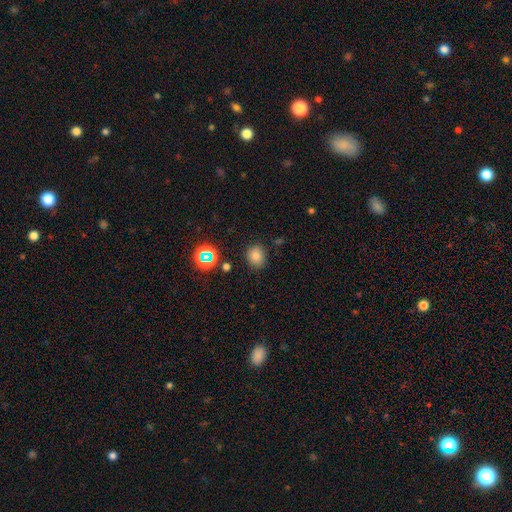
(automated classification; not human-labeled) smooth 74%, star or artifact 18%, featured or disk 8%. Down the decision tree: how rounded — round (74%); merging — none (84%).